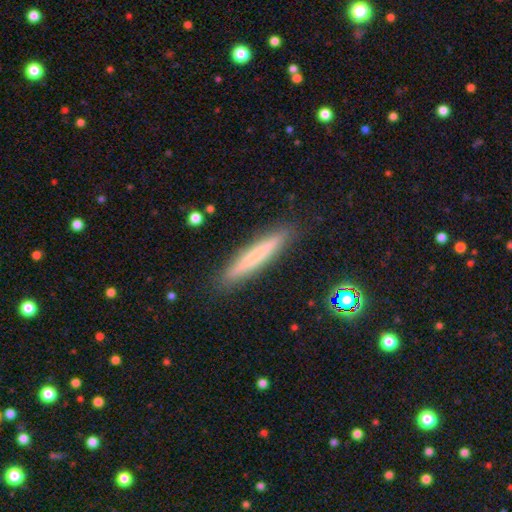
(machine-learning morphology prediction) type=smooth (65%); roundness=cigar-shaped (94%); merging=none (90%).